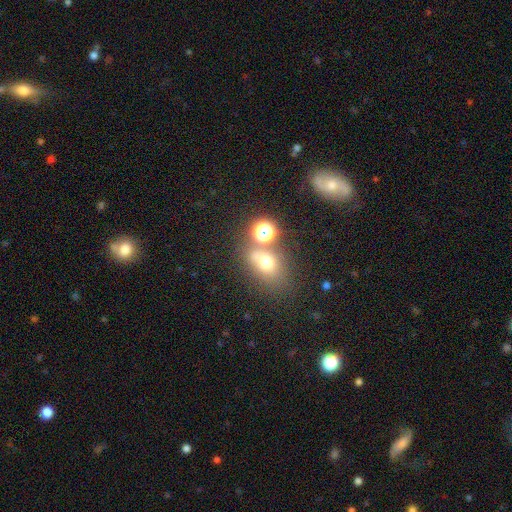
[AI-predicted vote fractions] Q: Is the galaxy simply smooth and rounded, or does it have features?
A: smooth — 52%.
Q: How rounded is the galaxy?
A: in between — 52%.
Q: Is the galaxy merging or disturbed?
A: none — 55%.